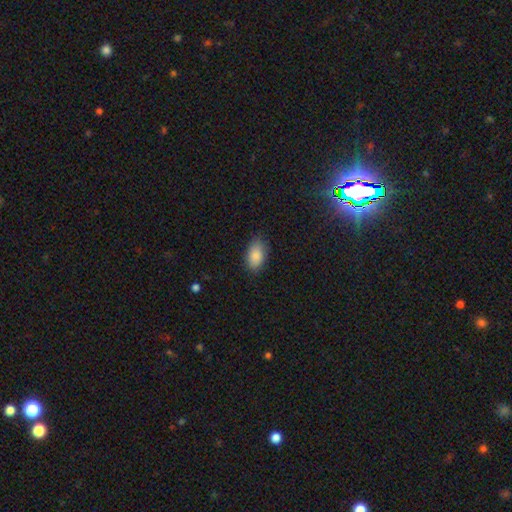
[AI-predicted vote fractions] A smooth galaxy with no disk features (87%) that is in between round and cigar-shaped (92%). Merging: none (80%).